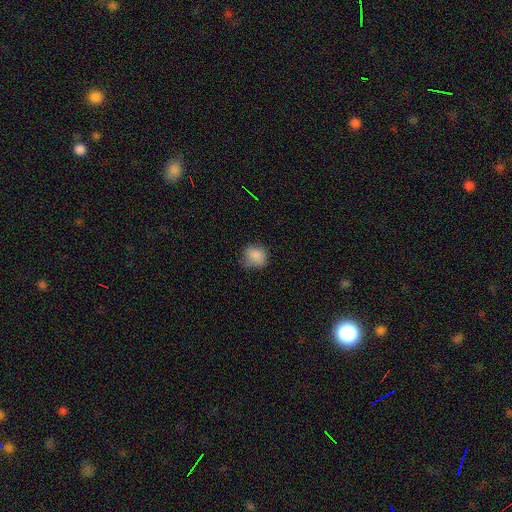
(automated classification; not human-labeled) Smooth or featured? Predicted: smooth (p=0.83). How rounded? Predicted: round (p=0.67). Merging? Predicted: none (p=0.55).